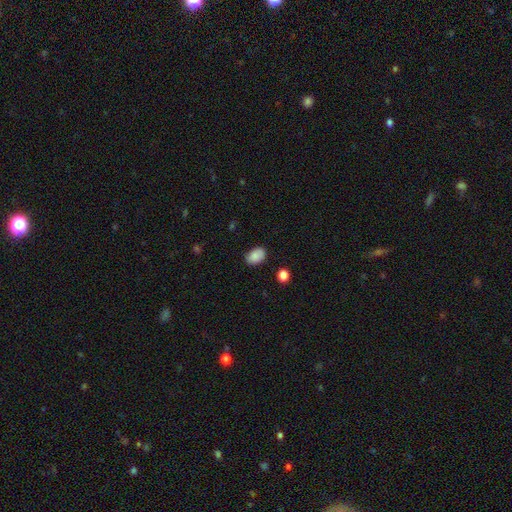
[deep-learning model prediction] smooth-or-featured: smooth: 85% | star or artifact: 8% | featured or disk: 7%
  how-rounded: in between: 84% | round: 15% | cigar-shaped: 1%
  merging: none: 80% | minor disturbance: 15% | major disturbance: 3% | merger: 2%